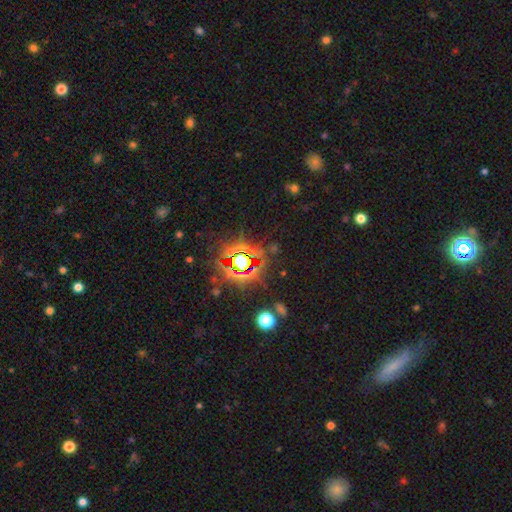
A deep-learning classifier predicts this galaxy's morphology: smooth-or-featured: star or artifact: 80% | smooth: 11% | featured or disk: 8%